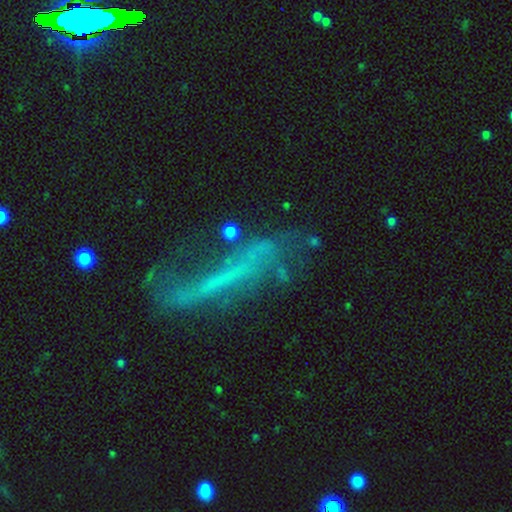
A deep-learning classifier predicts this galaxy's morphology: smooth_or_featured: featured or disk (p=0.58) [alt: smooth p=0.27]
disk_edge_on: no (p=0.65) [alt: yes p=0.35]
merging: none (p=0.40) [alt: major disturbance p=0.31]